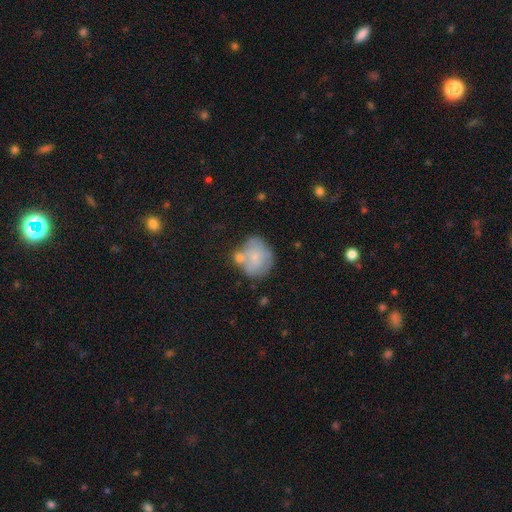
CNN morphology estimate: Smooth or featured: smooth — 60% (featured or disk — 32%)
How rounded: round — 75% (in between — 24%)
Merging: none — 41% (merger — 27%)